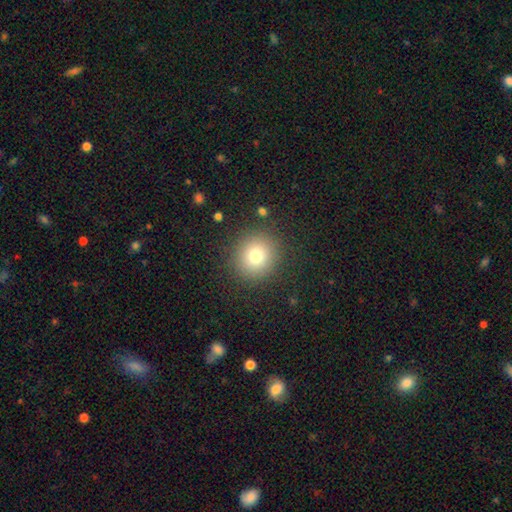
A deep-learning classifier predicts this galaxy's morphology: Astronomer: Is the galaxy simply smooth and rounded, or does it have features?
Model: smooth — 77%.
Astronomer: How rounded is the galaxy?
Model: round — 91%.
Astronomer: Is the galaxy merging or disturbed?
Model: none — 88%.